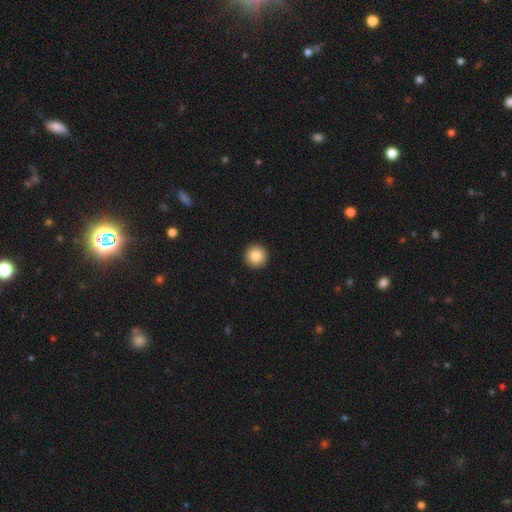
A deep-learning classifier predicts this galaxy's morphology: smooth 85%, star or artifact 9%, featured or disk 6%. Down the decision tree: how rounded — round (96%); merging — none (94%).